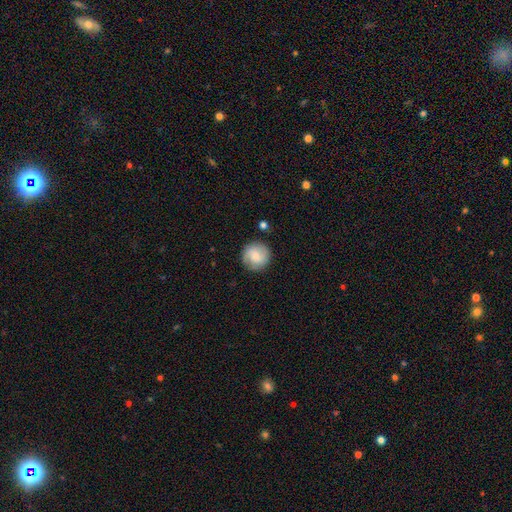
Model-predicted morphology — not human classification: A smooth galaxy with no disk features (67%) that is round (94%). Merging: none (85%).